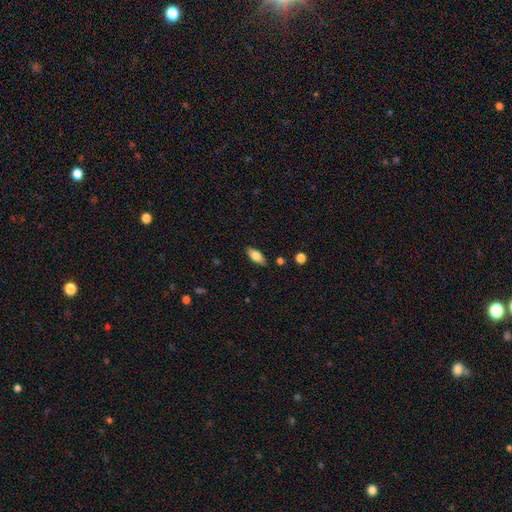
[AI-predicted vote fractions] Smooth or featured?
  - smooth: 77% *
  - featured or disk: 16%
  - star or artifact: 7%
How rounded?
  - in between: 84% *
  - cigar-shaped: 13%
  - round: 3%
Merging?
  - none: 83% *
  - minor disturbance: 12%
  - major disturbance: 3%
  - merger: 2%